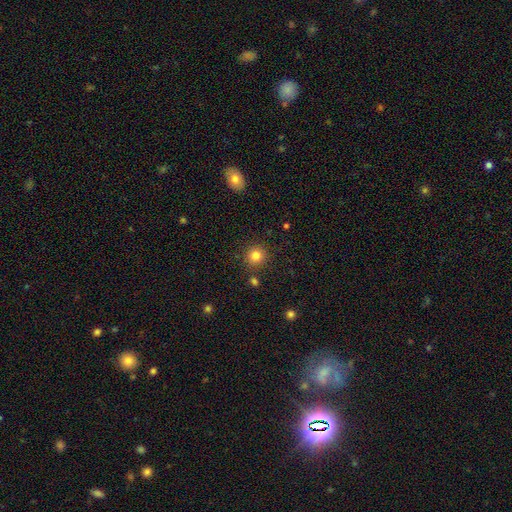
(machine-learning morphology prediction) Smooth or featured?
  - smooth: 82% *
  - star or artifact: 12%
  - featured or disk: 5%
How rounded?
  - round: 93% *
  - in between: 6%
  - cigar-shaped: 1%
Merging?
  - none: 88% *
  - minor disturbance: 7%
  - merger: 3%
  - major disturbance: 2%